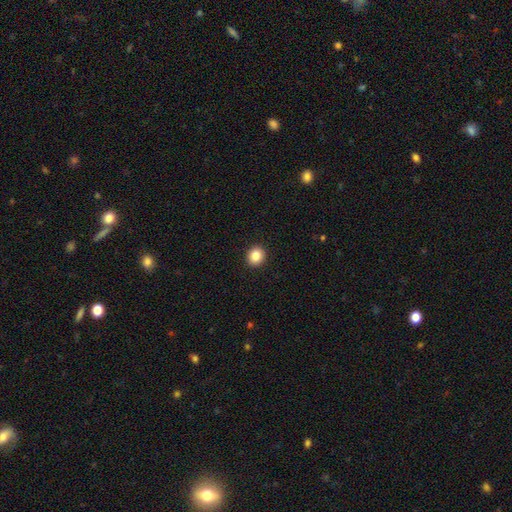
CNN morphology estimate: Smooth or featured? Predicted: smooth (p=0.86). How rounded? Predicted: round (p=0.78). Merging? Predicted: none (p=0.93).